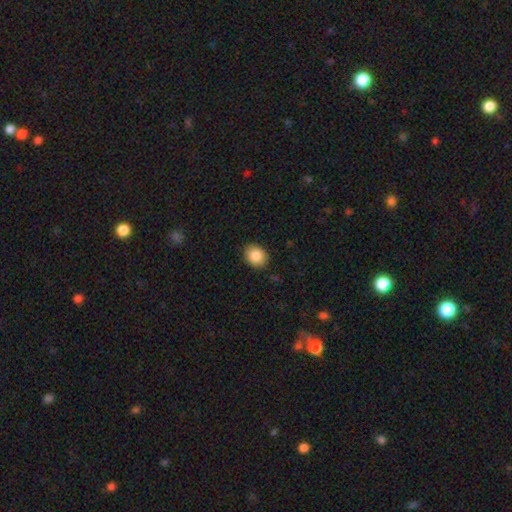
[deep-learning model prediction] Smooth or featured? Predicted: smooth (p=0.86). How rounded? Predicted: round (p=0.59). Merging? Predicted: none (p=0.89).